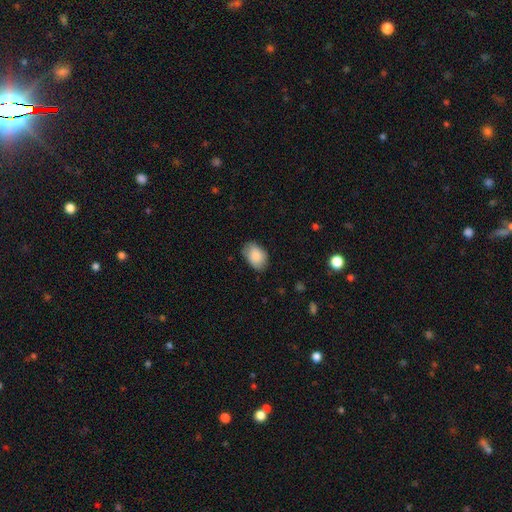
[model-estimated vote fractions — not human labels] A smooth galaxy with no disk features (87%) that is in between round and cigar-shaped (85%). Merging: none (74%).